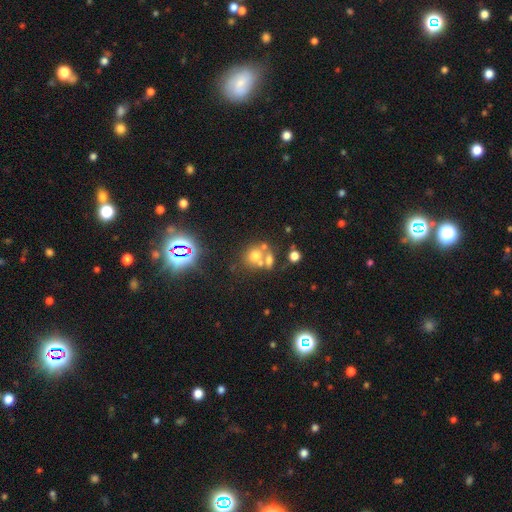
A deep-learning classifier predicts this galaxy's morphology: type=smooth (59%); roundness=round (71%); merging=merger (43%).